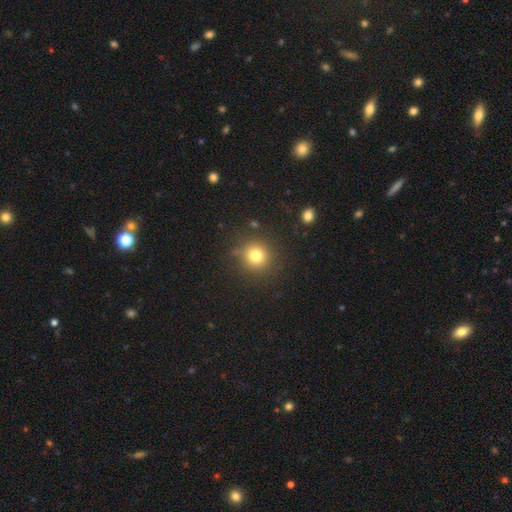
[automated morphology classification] Smooth or featured?
  - smooth: 78% *
  - star or artifact: 15%
  - featured or disk: 7%
How rounded?
  - round: 91% *
  - in between: 8%
  - cigar-shaped: 1%
Merging?
  - none: 85% *
  - minor disturbance: 9%
  - major disturbance: 4%
  - merger: 2%